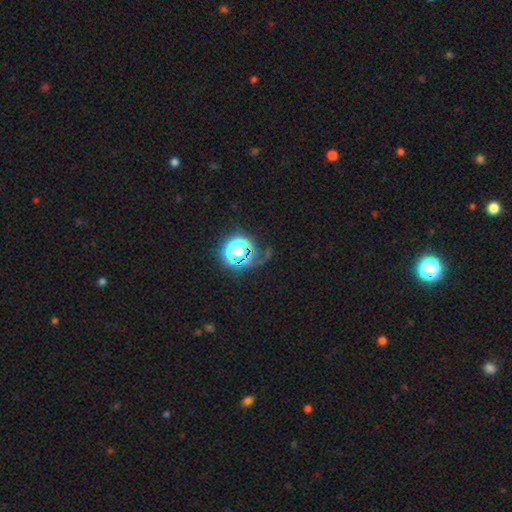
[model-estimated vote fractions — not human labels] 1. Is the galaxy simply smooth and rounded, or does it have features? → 77% star or artifact, 16% smooth, 7% featured or disk.